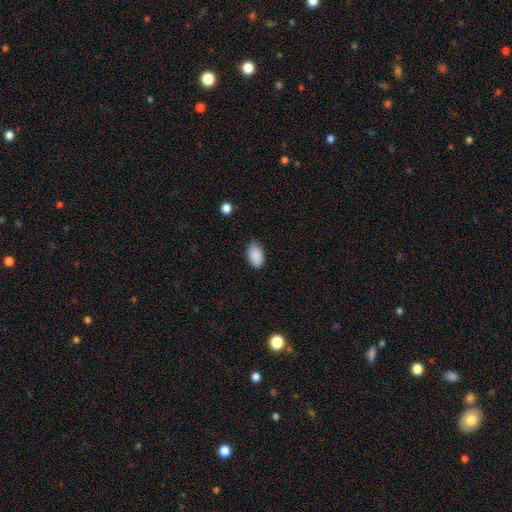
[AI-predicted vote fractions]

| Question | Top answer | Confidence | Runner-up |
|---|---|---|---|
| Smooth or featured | smooth | 89% | star or artifact (7%) |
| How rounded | in between | 92% | round (7%) |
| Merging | none | 73% | minor disturbance (23%) |